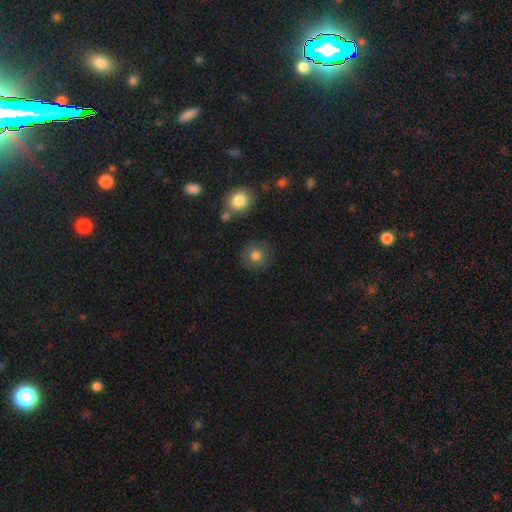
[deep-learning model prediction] Smooth or featured?
  - smooth: 78% *
  - featured or disk: 12%
  - star or artifact: 10%
How rounded?
  - round: 91% *
  - in between: 8%
  - cigar-shaped: 1%
Merging?
  - none: 81% *
  - minor disturbance: 11%
  - major disturbance: 4%
  - merger: 4%